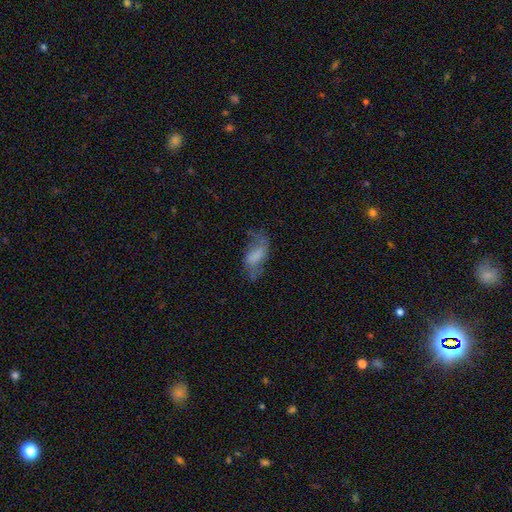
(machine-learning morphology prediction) featured or disk 46%, smooth 44%, star or artifact 9%. Down the decision tree: merging — none (44%).